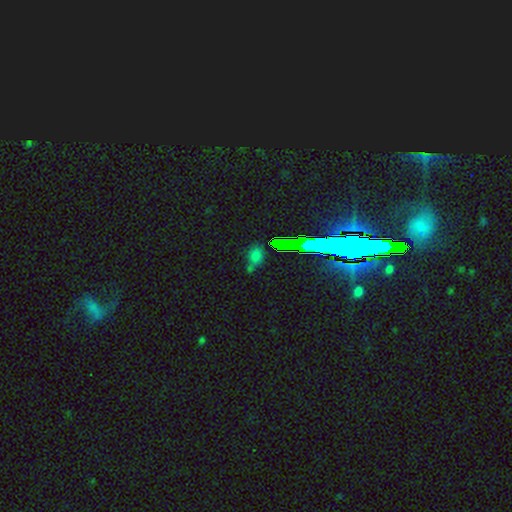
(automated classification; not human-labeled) A smooth galaxy with no disk features (52%) that is in between round and cigar-shaped (64%). Merging: none (62%).